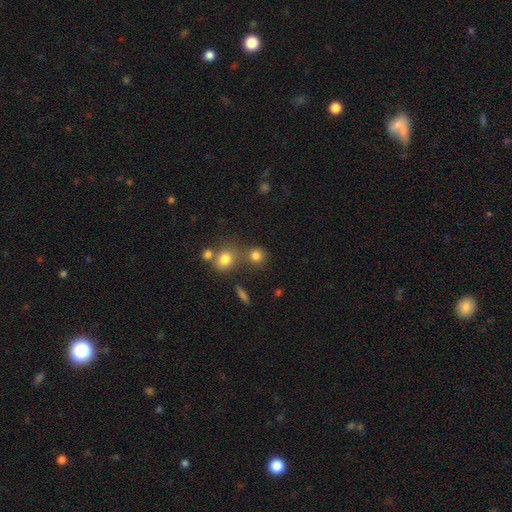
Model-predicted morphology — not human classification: type=smooth (79%); roundness=round (85%); merging=none (61%).